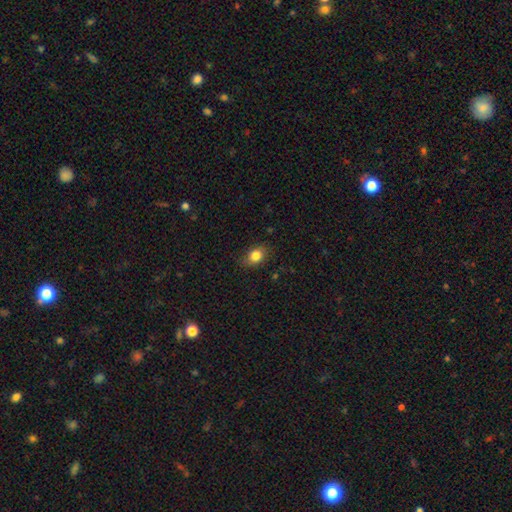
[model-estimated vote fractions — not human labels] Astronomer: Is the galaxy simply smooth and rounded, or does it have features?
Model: smooth — 83%.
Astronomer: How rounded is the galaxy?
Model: in between — 65%.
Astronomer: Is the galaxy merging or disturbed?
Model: none — 80%.